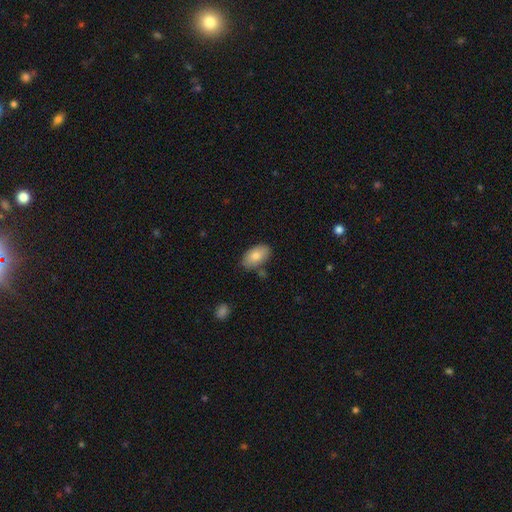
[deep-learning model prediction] Smooth or featured? smooth (80%)
How rounded? in between (93%)
Merging? none (79%)